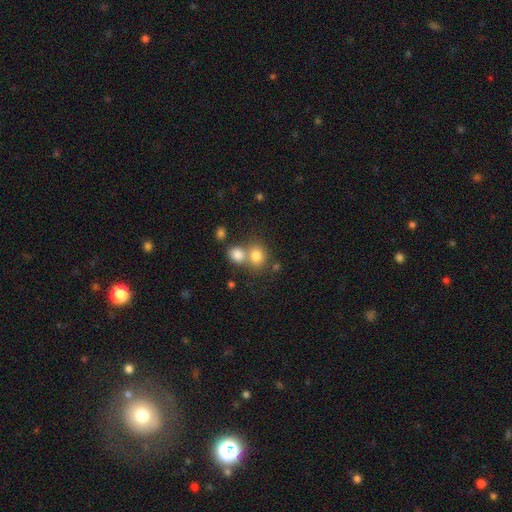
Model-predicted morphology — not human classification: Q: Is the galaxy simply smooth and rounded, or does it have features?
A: smooth — 79%.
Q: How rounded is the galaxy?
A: round — 69%.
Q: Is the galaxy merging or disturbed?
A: merger — 47%.